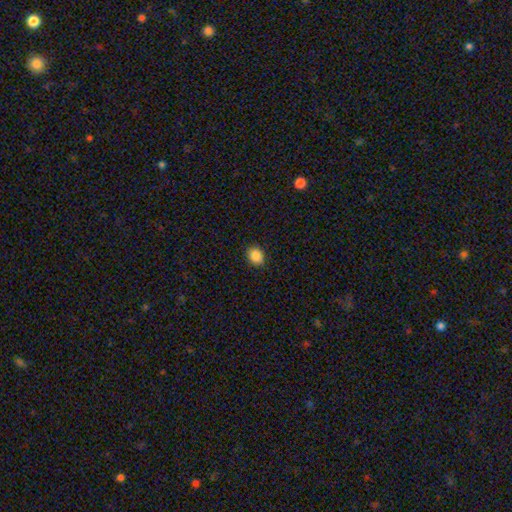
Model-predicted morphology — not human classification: A smooth galaxy with no disk features (87%) that is round (58%).

Vote fractions:
- Smooth or featured? smooth: 87% / star or artifact: 10% / featured or disk: 3%
- How rounded? round: 58% / in between: 41% / cigar-shaped: 1%
- Merging? none: 89% / minor disturbance: 8% / major disturbance: 2% / merger: 1%